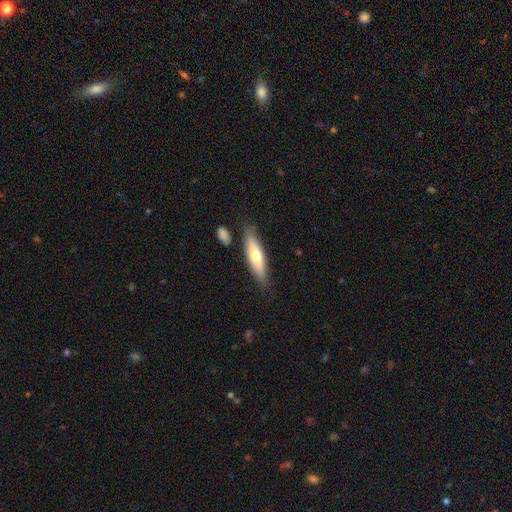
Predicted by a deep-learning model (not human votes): Smooth or featured: smooth — 60% (featured or disk — 35%)
How rounded: cigar-shaped — 67% (in between — 31%)
Merging: none — 78% (minor disturbance — 14%)